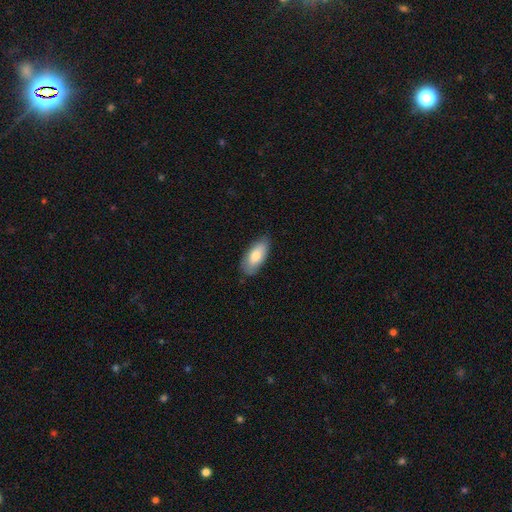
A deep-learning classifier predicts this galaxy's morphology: smooth 78%, featured or disk 16%, star or artifact 6%. Down the decision tree: how rounded — in between (87%); merging — none (82%).